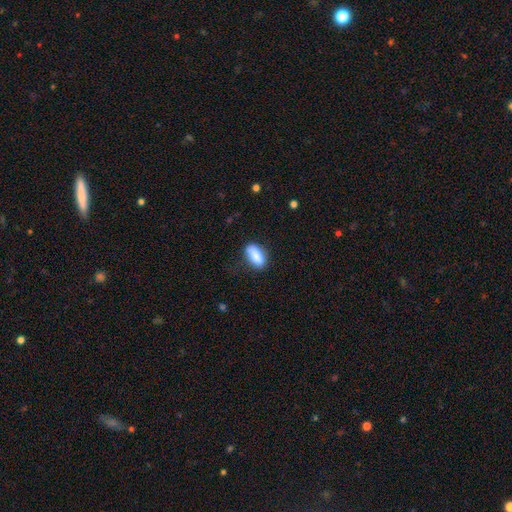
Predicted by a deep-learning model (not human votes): Q: Smooth or featured?
A: smooth (86%); runner-up: featured or disk (7%)
Q: How rounded?
A: in between (86%); runner-up: cigar-shaped (11%)
Q: Merging?
A: none (75%); runner-up: minor disturbance (19%)